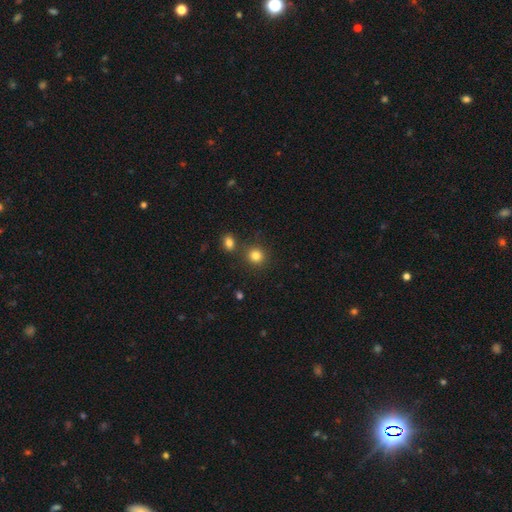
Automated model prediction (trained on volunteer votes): This is clearly a smooth galaxy (83%). How rounded: clearly round (89%). Merging: likely none (79%).